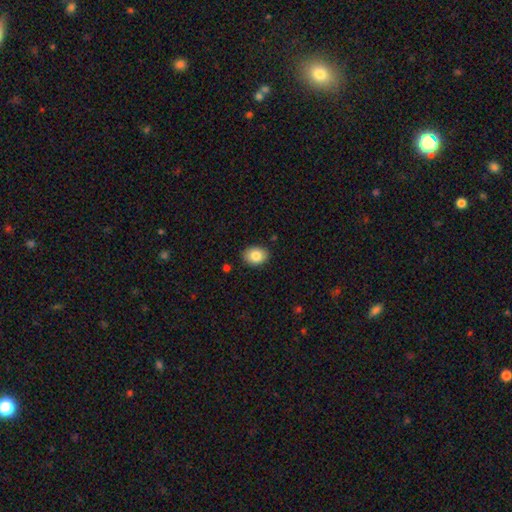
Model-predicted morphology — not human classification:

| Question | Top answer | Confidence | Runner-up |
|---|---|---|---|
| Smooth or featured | smooth | 85% | star or artifact (8%) |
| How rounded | in between | 61% | round (38%) |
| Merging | none | 88% | minor disturbance (9%) |